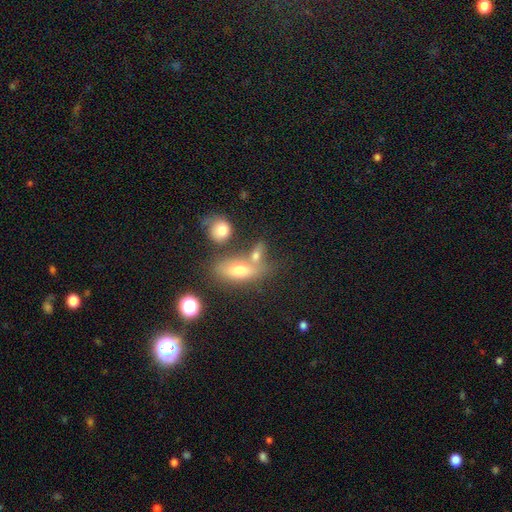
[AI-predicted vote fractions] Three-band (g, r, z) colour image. It shows a smooth galaxy with no disk features (67%) that is in between round and cigar-shaped (72%). Merging: none (41%).